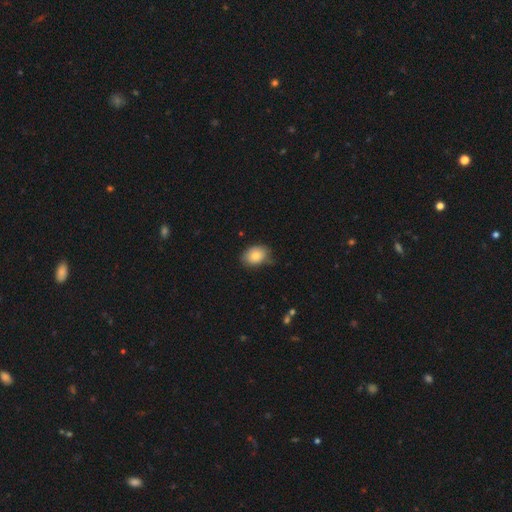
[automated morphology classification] Q: Smooth or featured?
A: smooth (82%); runner-up: featured or disk (10%)
Q: How rounded?
A: in between (72%); runner-up: round (27%)
Q: Merging?
A: none (68%); runner-up: minor disturbance (26%)